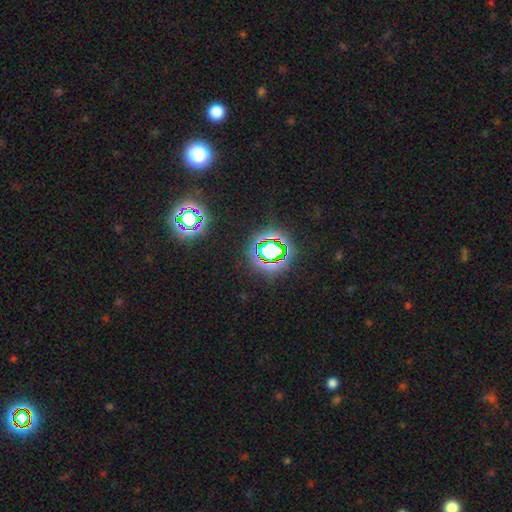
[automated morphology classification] A star or artifact, not a galaxy (78%).